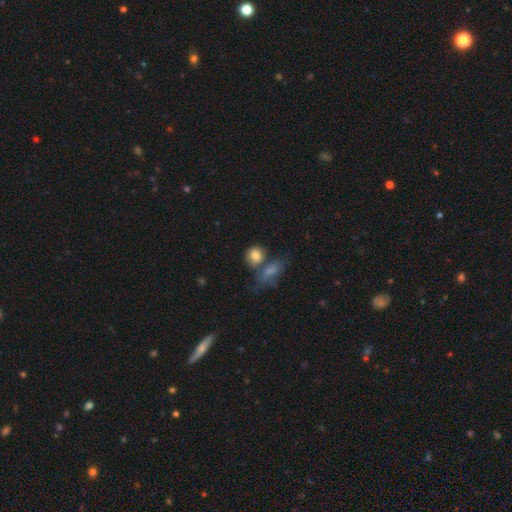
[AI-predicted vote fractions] Smooth or featured? Predicted: smooth (p=0.82). How rounded? Predicted: round (p=0.59). Merging? Predicted: none (p=0.44).